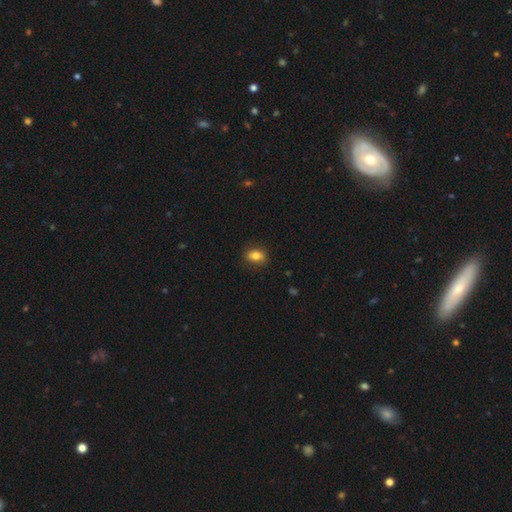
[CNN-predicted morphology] A smooth galaxy with no disk features (80%) that is in between round and cigar-shaped (73%).

Vote fractions:
- Smooth or featured? smooth: 80% / featured or disk: 11% / star or artifact: 9%
- How rounded? in between: 73% / round: 25% / cigar-shaped: 2%
- Merging? none: 84% / minor disturbance: 12% / major disturbance: 3% / merger: 1%